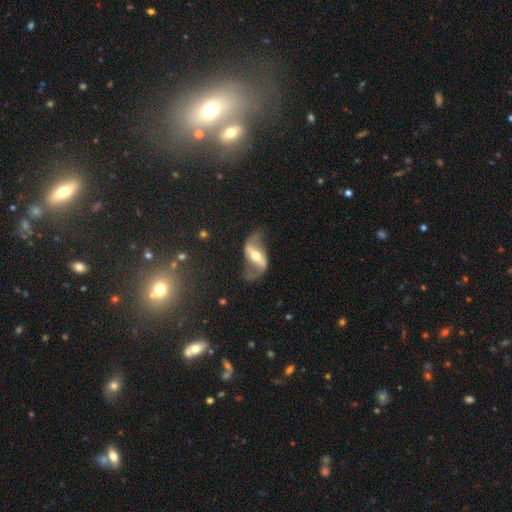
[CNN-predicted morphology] The model was most divided on "bar": strong: 57%, weak: 28%, no: 16%. More confident: spiral arm count — 2 (92%); edge-on disk — no (89%); spiral arms — yes (86%); smooth or featured — featured or disk (83%); spiral winding — loose (80%); bulge size — moderate (65%); merging — none (64%).